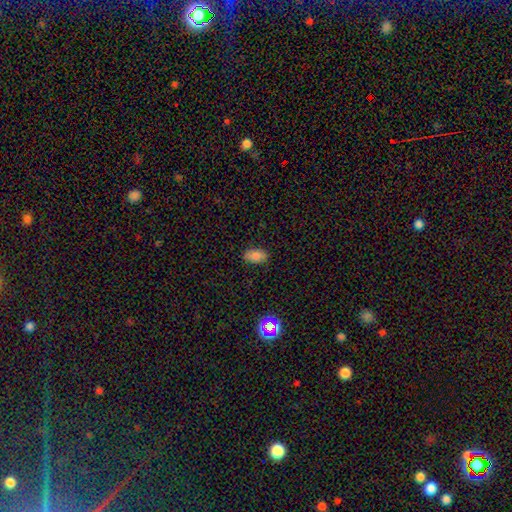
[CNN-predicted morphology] Q: Smooth or featured?
A: smooth (81%); runner-up: star or artifact (11%)
Q: How rounded?
A: in between (91%); runner-up: round (7%)
Q: Merging?
A: none (84%); runner-up: minor disturbance (12%)